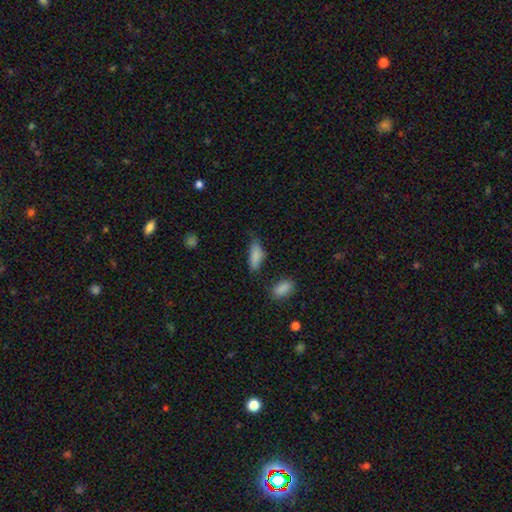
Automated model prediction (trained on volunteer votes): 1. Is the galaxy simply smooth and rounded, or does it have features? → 85% smooth, 8% star or artifact, 7% featured or disk.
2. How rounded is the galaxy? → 77% in between, 21% cigar-shaped, 2% round.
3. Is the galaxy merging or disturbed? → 57% none, 30% minor disturbance, 8% major disturbance, 5% merger.